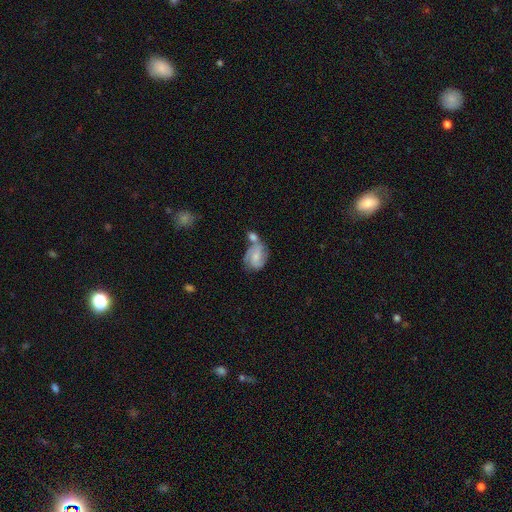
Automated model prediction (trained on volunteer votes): Smooth or featured? Predicted: featured or disk (p=0.59). Edge-on disk? Predicted: no (p=0.97). Bar? Predicted: no (p=0.46). Spiral arms? Predicted: yes (p=0.88). Bulge size? Predicted: small (p=0.49). Merging? Predicted: merger (p=0.41).